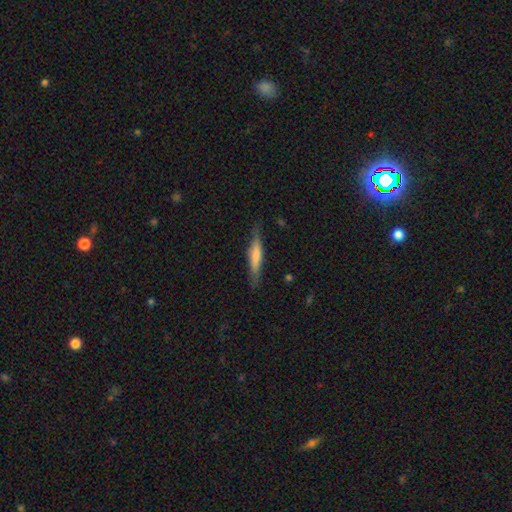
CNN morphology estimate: The model was most divided on "smooth or featured": smooth: 59%, featured or disk: 35%, star or artifact: 6%. More confident: how rounded — cigar-shaped (88%); merging — none (81%).